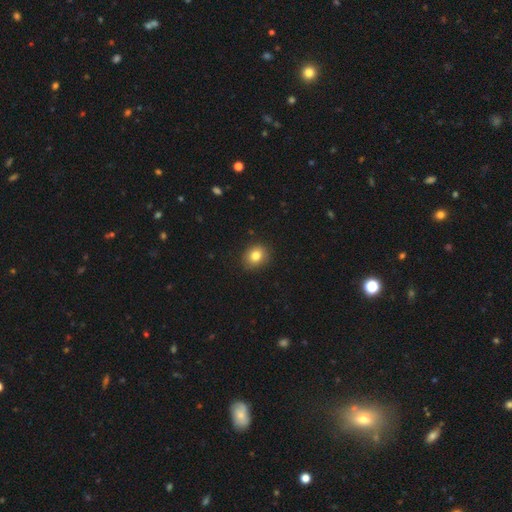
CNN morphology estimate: Smooth or featured?
  - smooth: 82% *
  - star or artifact: 10%
  - featured or disk: 8%
How rounded?
  - round: 65% *
  - in between: 34%
  - cigar-shaped: 1%
Merging?
  - none: 88% *
  - minor disturbance: 9%
  - major disturbance: 2%
  - merger: 1%